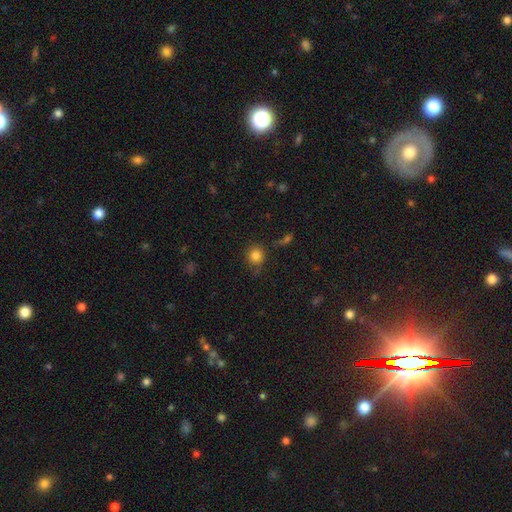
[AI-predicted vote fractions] This is clearly a smooth galaxy (83%). How rounded: clearly round (89%). Merging: likely none (75%).